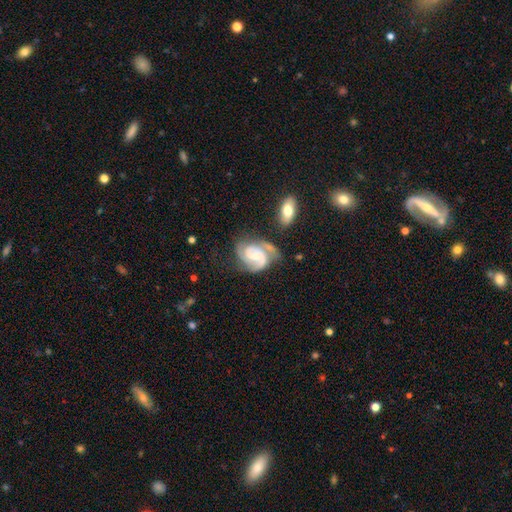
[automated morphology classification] smooth-or-featured: featured or disk: 87% | smooth: 8% | star or artifact: 5%
  disk-edge-on: no: 98% | yes: 2%
    bar: weak: 47% | no: 36% | strong: 17%
    has-spiral-arms: yes: 97% | no: 3%
      spiral-winding: medium: 46% | tight: 45% | loose: 9%
      spiral-arm-count: 2: 76% | 3: 12% | can't tell: 6% | 1: 3% | 4: 2% | more than 4: 2%
    bulge-size: small: 51% | moderate: 32% | none: 12% | large: 4% | dominant: 1%
  merging: none: 52% | minor disturbance: 23% | major disturbance: 14% | merger: 11%